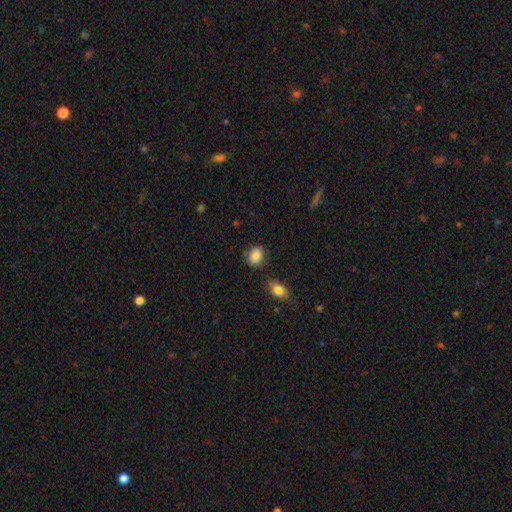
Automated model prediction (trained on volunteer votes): Smooth or featured?
  - smooth: 86% *
  - star or artifact: 8%
  - featured or disk: 6%
How rounded?
  - in between: 61% *
  - round: 38%
  - cigar-shaped: 1%
Merging?
  - none: 76% *
  - minor disturbance: 16%
  - merger: 5%
  - major disturbance: 3%